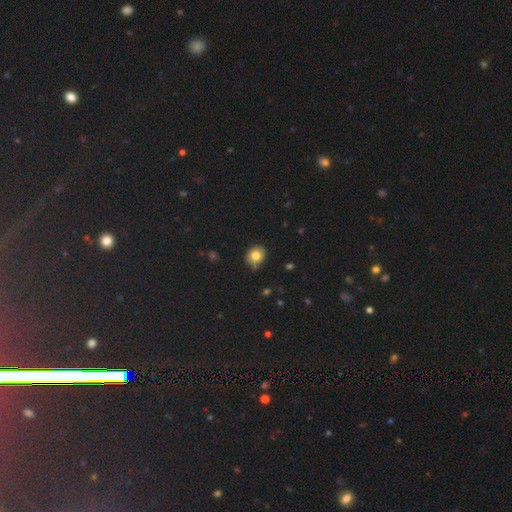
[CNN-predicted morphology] Smooth or featured: smooth — 81% (star or artifact — 10%)
How rounded: round — 73% (in between — 26%)
Merging: none — 75% (minor disturbance — 19%)